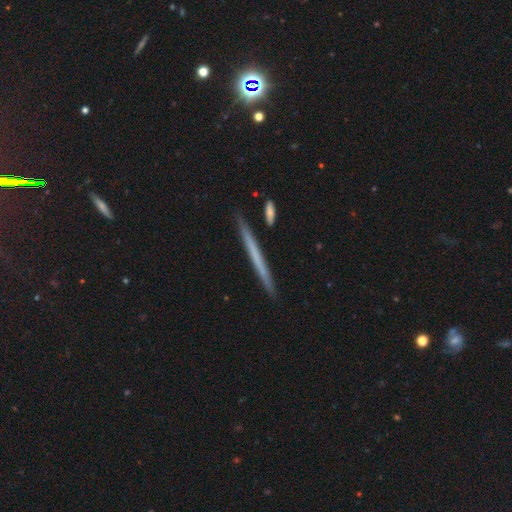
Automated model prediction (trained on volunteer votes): The model was most divided on "smooth or featured": smooth: 50%, featured or disk: 44%, star or artifact: 6%. More confident: merging — none (90%).